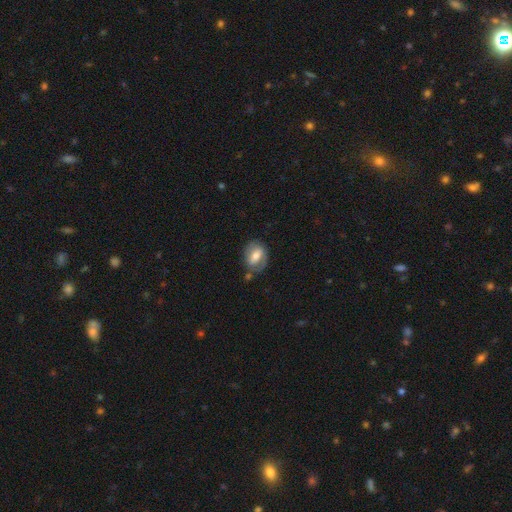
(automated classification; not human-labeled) Smooth or featured? featured or disk (47%)
Merging? none (62%)